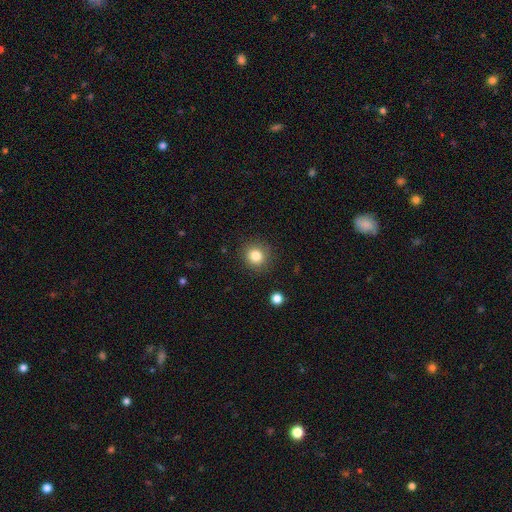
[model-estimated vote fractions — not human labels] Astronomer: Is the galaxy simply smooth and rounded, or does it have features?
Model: smooth — 82%.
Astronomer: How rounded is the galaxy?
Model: round — 92%.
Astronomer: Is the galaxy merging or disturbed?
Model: none — 89%.